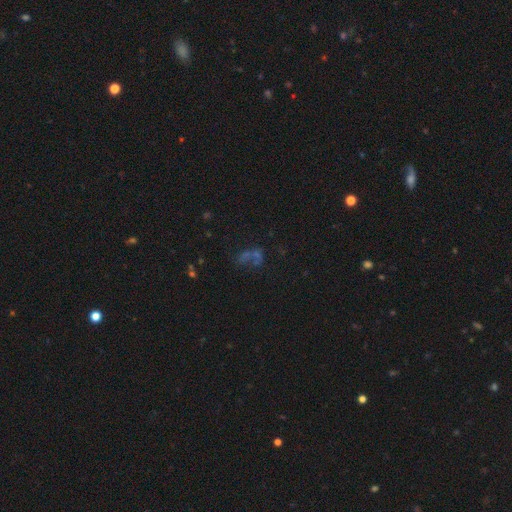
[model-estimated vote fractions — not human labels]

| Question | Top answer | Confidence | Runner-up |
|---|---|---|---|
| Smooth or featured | star or artifact | 40% | smooth (32%) |